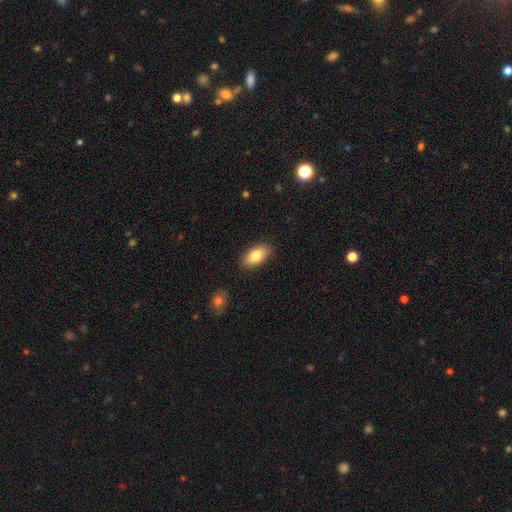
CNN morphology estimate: Smooth or featured? Predicted: smooth (p=0.82). How rounded? Predicted: in between (p=0.92). Merging? Predicted: none (p=0.86).